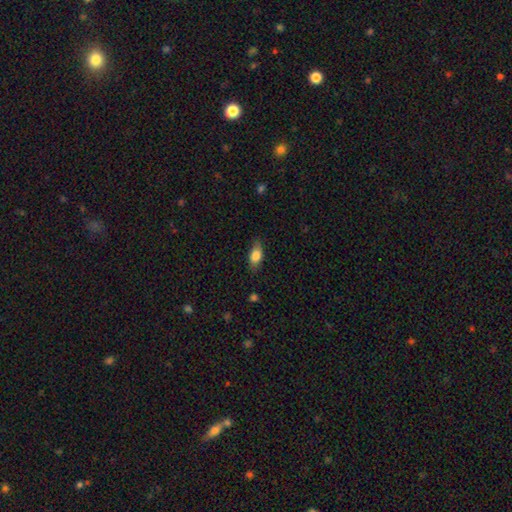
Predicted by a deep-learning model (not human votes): Smooth or featured: smooth — 80% (featured or disk — 13%)
How rounded: in between — 83% (cigar-shaped — 12%)
Merging: none — 80% (minor disturbance — 16%)